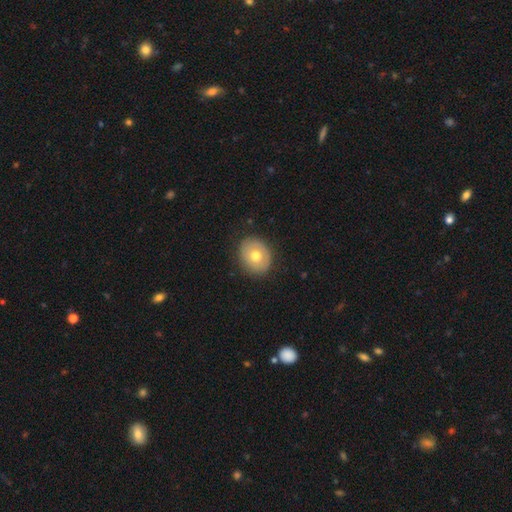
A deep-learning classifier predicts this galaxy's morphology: The model was most divided on "how rounded": round: 62%, in between: 37%, cigar-shaped: 1%. More confident: merging — none (86%); smooth or featured — smooth (66%).